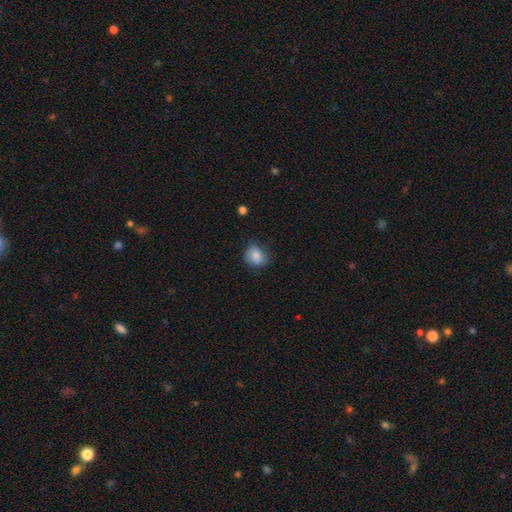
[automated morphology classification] The model was most divided on "how rounded": round: 65%, in between: 34%, cigar-shaped: 1%. More confident: smooth or featured — smooth (82%); merging — none (63%).